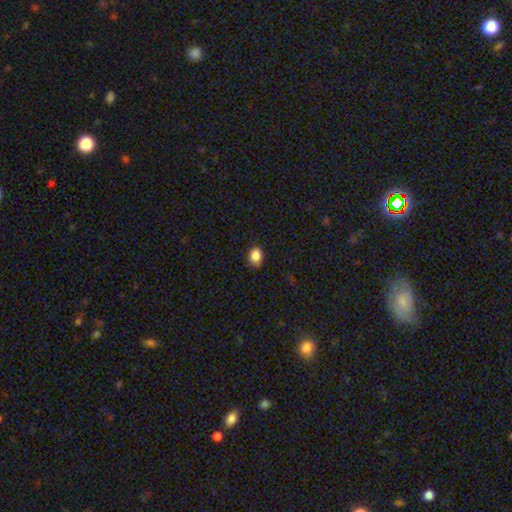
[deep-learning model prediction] This is clearly a smooth galaxy (87%). How rounded: possibly in between (56%). Merging: clearly none (81%).